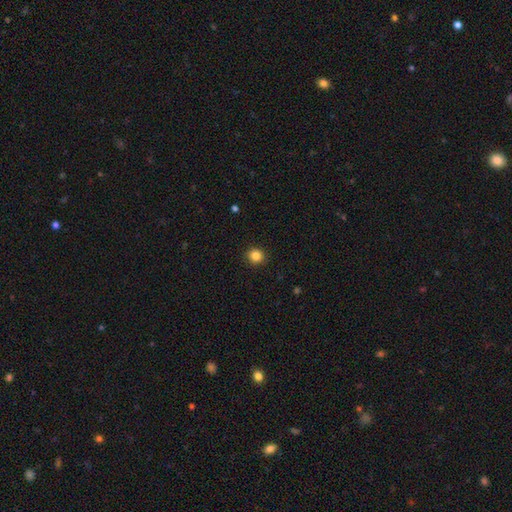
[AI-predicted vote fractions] Smooth or featured?
  - smooth: 84% *
  - star or artifact: 11%
  - featured or disk: 5%
How rounded?
  - round: 92% *
  - in between: 7%
  - cigar-shaped: 1%
Merging?
  - none: 92% *
  - minor disturbance: 5%
  - major disturbance: 2%
  - merger: 1%